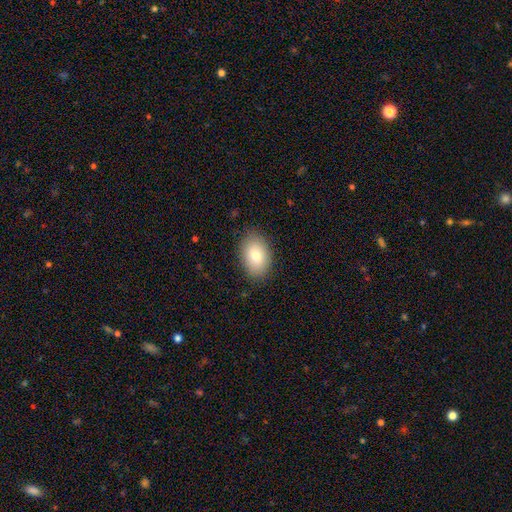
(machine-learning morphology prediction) Overall: smooth (80%). How rounded: in between (87%). Merging: none (86%).